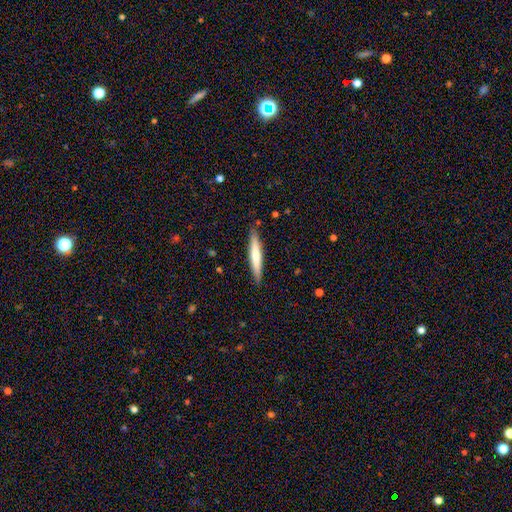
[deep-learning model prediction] The model was most divided on "smooth or featured": smooth: 61%, featured or disk: 34%, star or artifact: 5%. More confident: how rounded — cigar-shaped (93%); merging — none (88%).